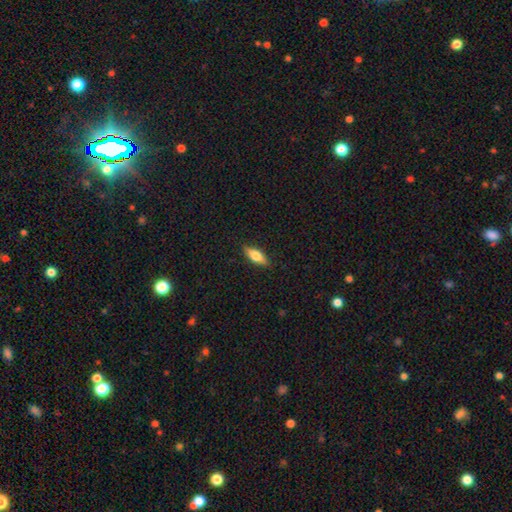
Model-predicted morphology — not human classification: Smooth or featured? smooth (67%)
How rounded? in between (68%)
Merging? none (88%)